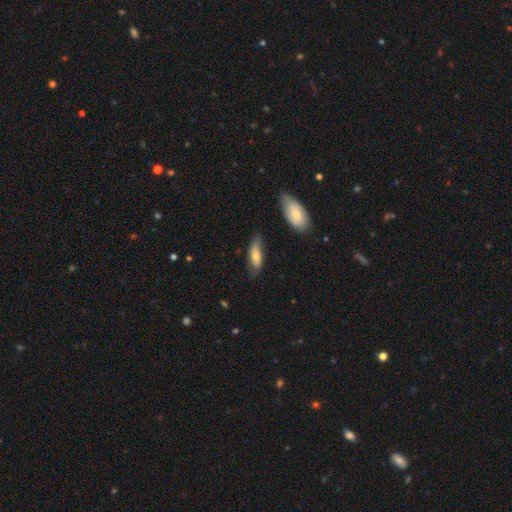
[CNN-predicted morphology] Smooth or featured?
  - smooth: 66% *
  - featured or disk: 27%
  - star or artifact: 7%
How rounded?
  - in between: 63% *
  - cigar-shaped: 34%
  - round: 2%
Merging?
  - none: 66% *
  - minor disturbance: 25%
  - major disturbance: 6%
  - merger: 3%